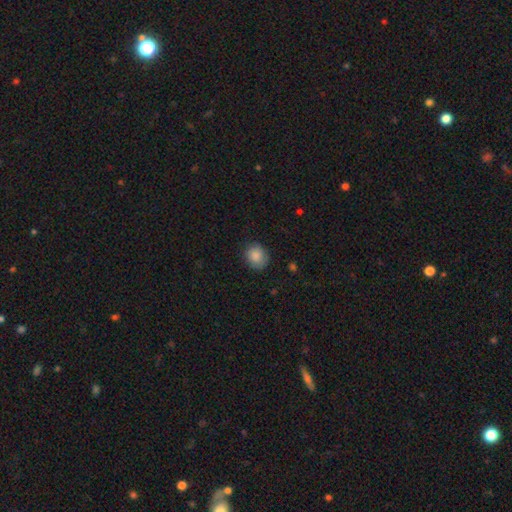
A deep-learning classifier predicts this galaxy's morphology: smooth_or_featured: smooth (p=0.87) [alt: star or artifact p=0.08]
how_rounded: round (p=0.70) [alt: in between p=0.29]
merging: none (p=0.80) [alt: minor disturbance p=0.16]